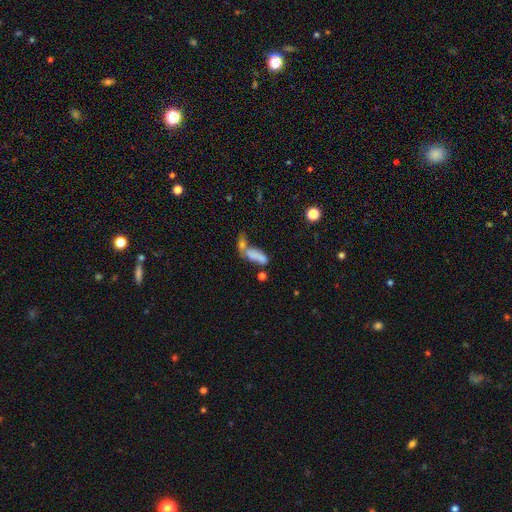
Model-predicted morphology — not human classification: Smooth or featured: smooth — 66% (featured or disk — 22%)
How rounded: in between — 66% (cigar-shaped — 30%)
Merging: merger — 58% (none — 19%)